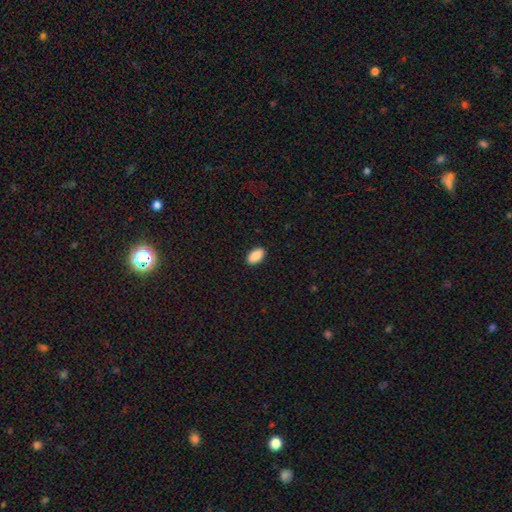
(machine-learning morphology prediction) A smooth galaxy with no disk features (91%) that is in between round and cigar-shaped (94%).

Vote fractions:
- Smooth or featured? smooth: 91% / star or artifact: 7% / featured or disk: 3%
- How rounded? in between: 94% / round: 4% / cigar-shaped: 2%
- Merging? none: 91% / minor disturbance: 7% / major disturbance: 2% / merger: 1%